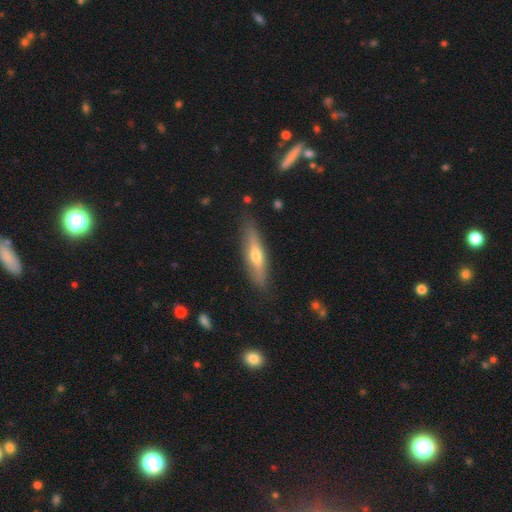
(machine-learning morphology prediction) Smooth or featured?
  - featured or disk: 52% *
  - smooth: 41%
  - star or artifact: 6%
Edge-on disk?
  - yes: 90% *
  - no: 10%
Merging?
  - none: 86% *
  - minor disturbance: 10%
  - major disturbance: 2%
  - merger: 1%